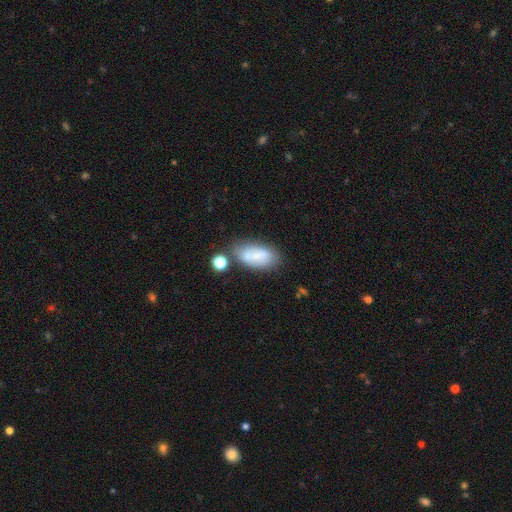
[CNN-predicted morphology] This appears to be a smooth galaxy with no disk features (68%) that is in between round and cigar-shaped (89%). Merging: none (56%).